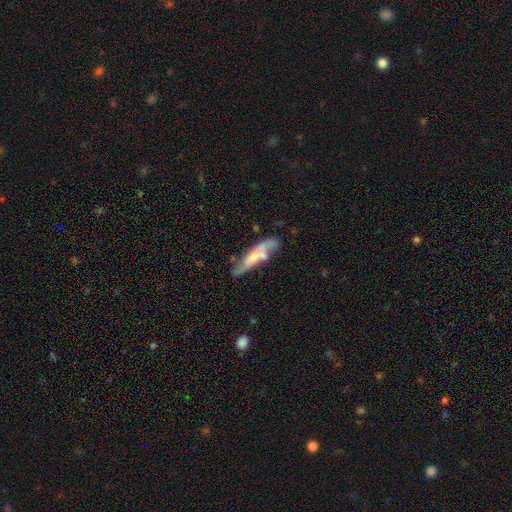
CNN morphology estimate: Smooth or featured: featured or disk — 51% (smooth — 42%)
Edge-on disk: no — 56% (yes — 44%)
Merging: none — 51% (minor disturbance — 24%)